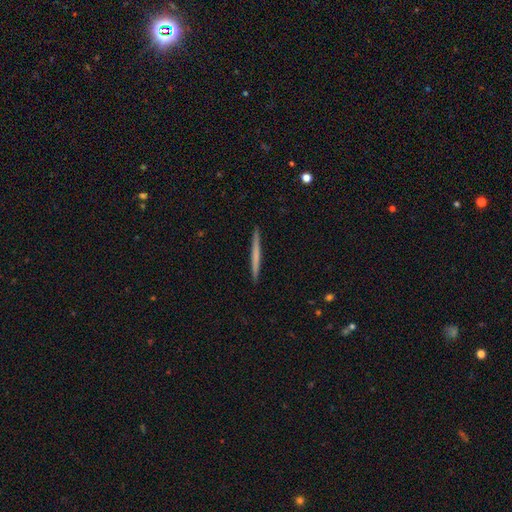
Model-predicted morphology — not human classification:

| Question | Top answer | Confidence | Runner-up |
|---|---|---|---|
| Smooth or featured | smooth | 53% | featured or disk (42%) |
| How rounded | cigar-shaped | 97% | in between (2%) |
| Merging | none | 93% | minor disturbance (5%) |